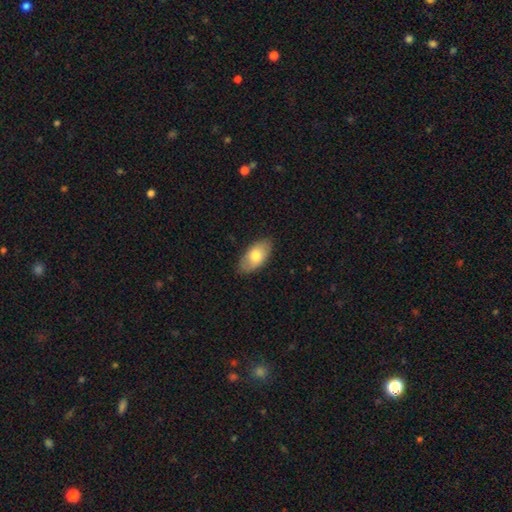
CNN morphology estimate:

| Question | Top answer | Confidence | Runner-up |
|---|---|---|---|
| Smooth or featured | smooth | 73% | featured or disk (21%) |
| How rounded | in between | 94% | round (3%) |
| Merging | none | 84% | minor disturbance (13%) |